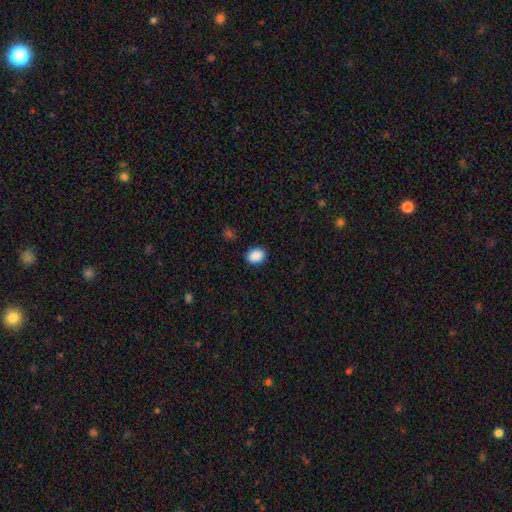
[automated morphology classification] smooth 90%, star or artifact 8%, featured or disk 2%. Down the decision tree: how rounded — in between (56%); merging — none (89%).